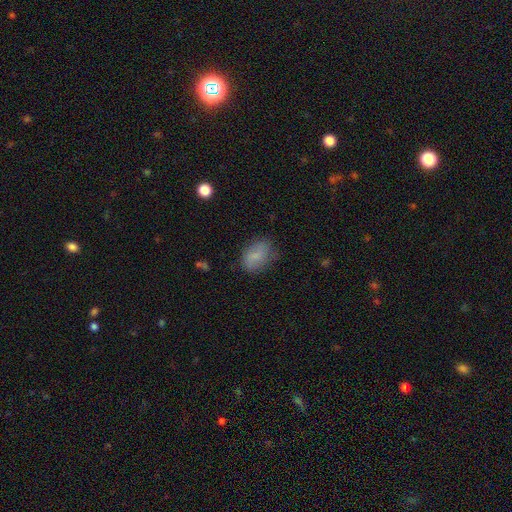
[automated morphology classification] type=smooth (77%); roundness=in between (80%); merging=none (68%).